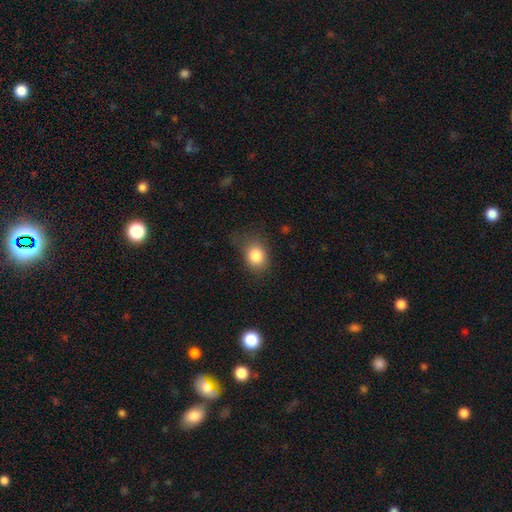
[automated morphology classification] type=smooth (83%); roundness=in between (51%); merging=none (62%).